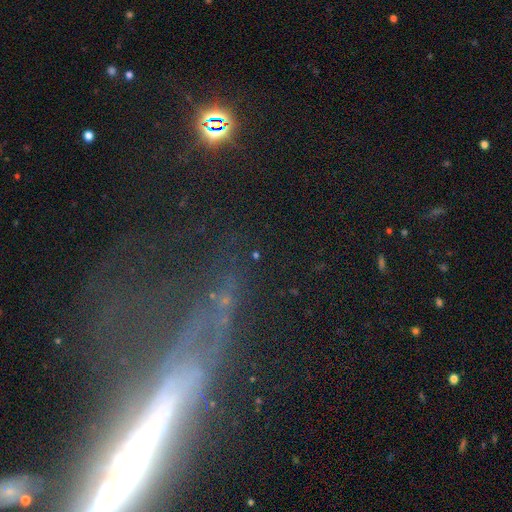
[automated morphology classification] Smooth or featured?
  - star or artifact: 54% *
  - featured or disk: 23%
  - smooth: 23%